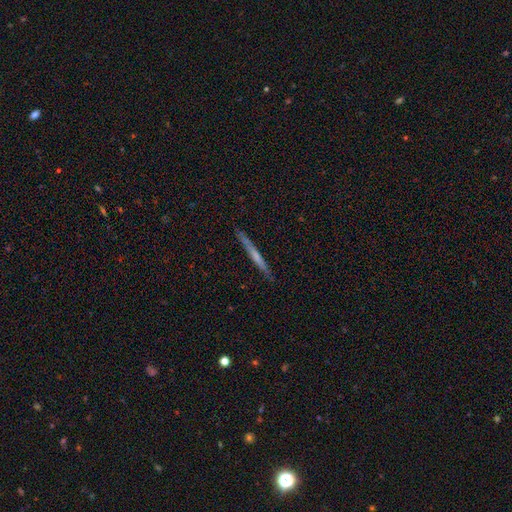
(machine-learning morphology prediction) Q: Smooth or featured?
A: featured or disk (48%); runner-up: smooth (46%)
Q: Merging?
A: none (89%); runner-up: minor disturbance (9%)